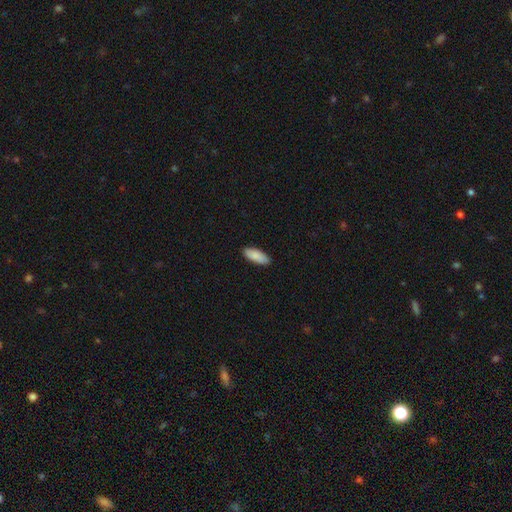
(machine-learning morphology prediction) smooth 90%, star or artifact 5%, featured or disk 5%. Down the decision tree: how rounded — in between (75%); merging — none (89%).